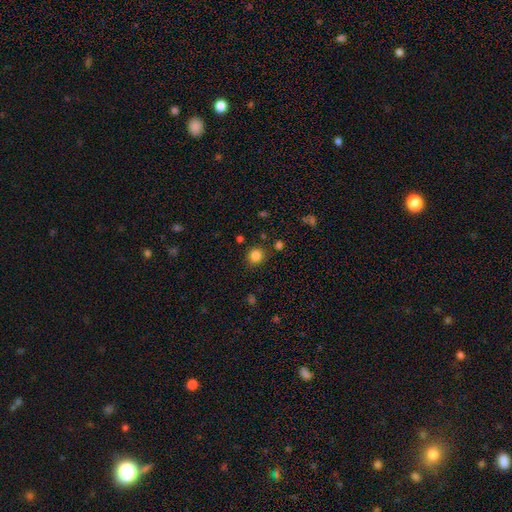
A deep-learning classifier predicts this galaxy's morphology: The model was most divided on "how rounded": round: 85%, in between: 14%, cigar-shaped: 1%. More confident: merging — none (86%); smooth or featured — smooth (83%).